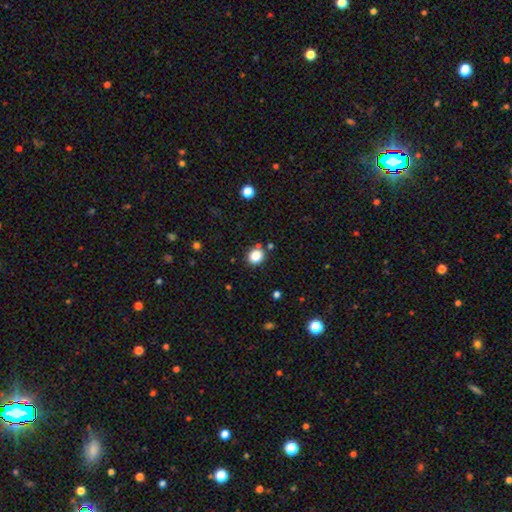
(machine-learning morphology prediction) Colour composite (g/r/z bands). It shows a smooth galaxy with no disk features (85%) that is round (75%). Merging: none (81%).